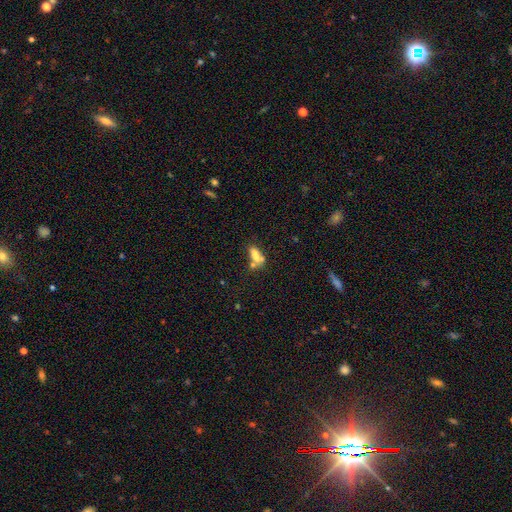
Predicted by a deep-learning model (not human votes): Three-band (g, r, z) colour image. It shows a smooth galaxy with no disk features (70%) that is in between round and cigar-shaped (76%). Merging: none (39%).